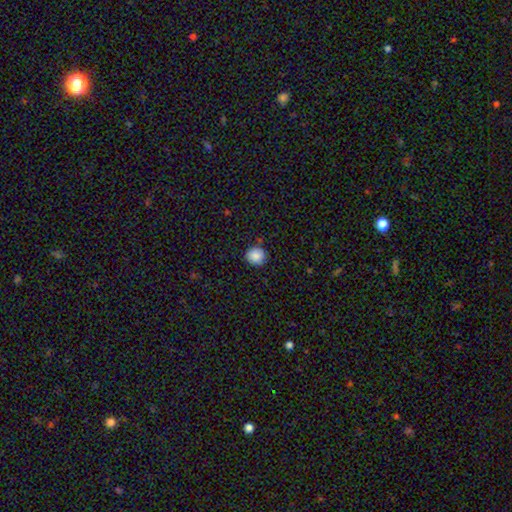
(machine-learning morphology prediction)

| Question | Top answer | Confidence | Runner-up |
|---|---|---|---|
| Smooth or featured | smooth | 87% | star or artifact (9%) |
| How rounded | round | 89% | in between (10%) |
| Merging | none | 87% | minor disturbance (9%) |